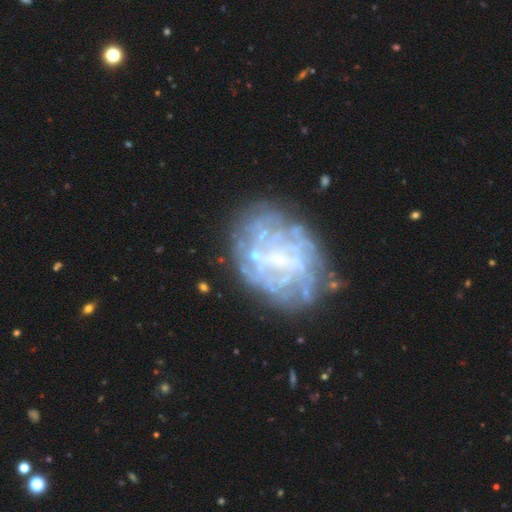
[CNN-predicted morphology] Smooth or featured? Predicted: featured or disk (p=0.71). Edge-on disk? Predicted: no (p=0.97). Bar? Predicted: no (p=0.56). Spiral arms? Predicted: yes (p=0.54). Bulge size? Predicted: small (p=0.42). Merging? Predicted: none (p=0.57).